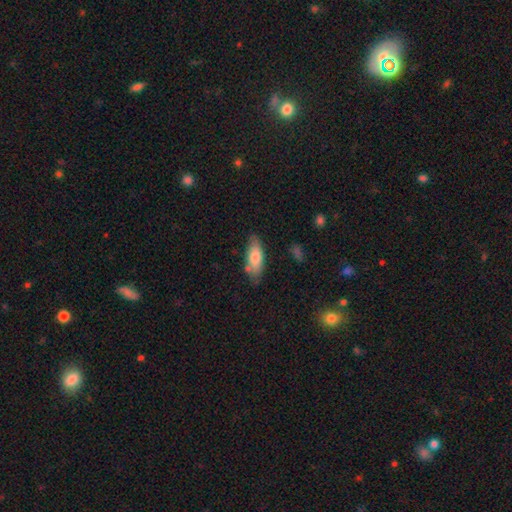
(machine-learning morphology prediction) smooth_or_featured: smooth (p=0.75) [alt: featured or disk p=0.18]
how_rounded: in between (p=0.69) [alt: cigar-shaped p=0.29]
merging: none (p=0.73) [alt: minor disturbance p=0.19]